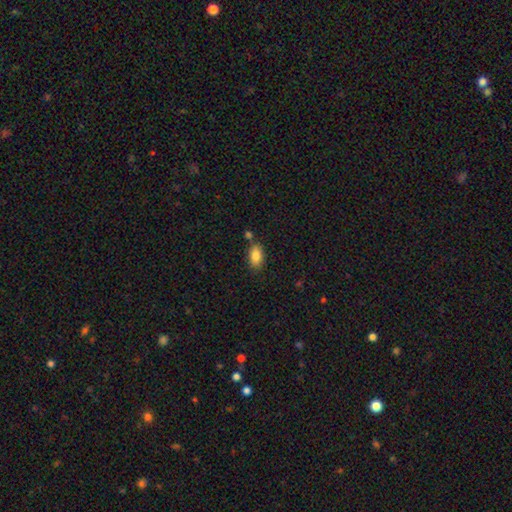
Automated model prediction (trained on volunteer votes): smooth-or-featured: smooth: 84% | featured or disk: 8% | star or artifact: 8%
  how-rounded: in between: 91% | round: 5% | cigar-shaped: 4%
  merging: none: 77% | minor disturbance: 12% | merger: 8% | major disturbance: 3%